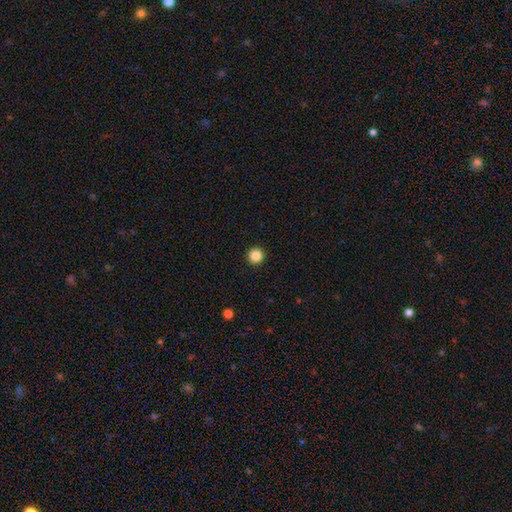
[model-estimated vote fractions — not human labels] Morphology: type=smooth (86%); roundness=round (96%); merging=none (94%).